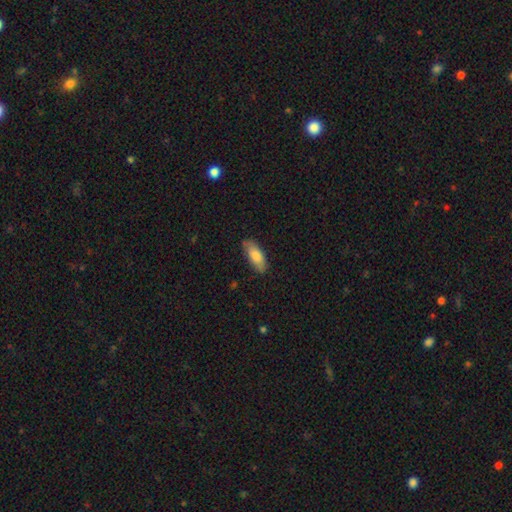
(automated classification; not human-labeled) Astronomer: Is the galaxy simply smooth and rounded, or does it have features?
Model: smooth — 82%.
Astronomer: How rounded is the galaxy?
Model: in between — 77%.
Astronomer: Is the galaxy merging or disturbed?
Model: none — 80%.